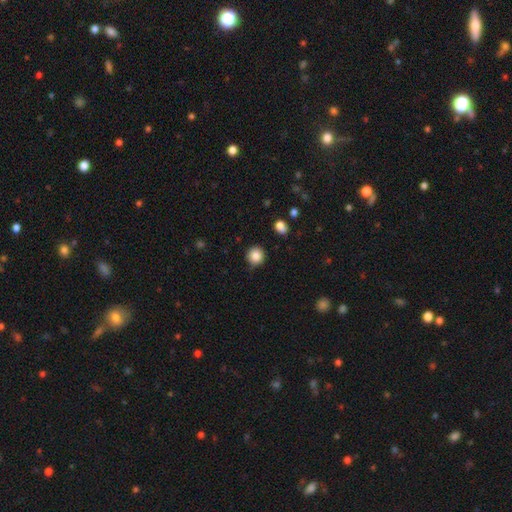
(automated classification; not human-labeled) Q: Smooth or featured?
A: smooth (86%); runner-up: star or artifact (10%)
Q: How rounded?
A: round (92%); runner-up: in between (7%)
Q: Merging?
A: none (86%); runner-up: minor disturbance (10%)